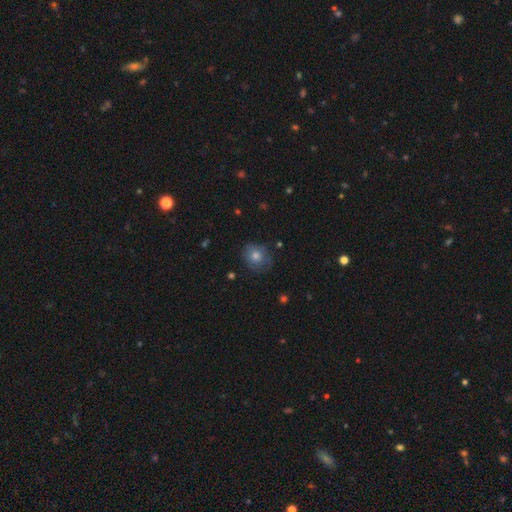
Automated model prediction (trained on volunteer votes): A smooth galaxy with no disk features (66%) that is round (74%).

Vote fractions:
- Smooth or featured? smooth: 66% / featured or disk: 21% / star or artifact: 13%
- How rounded? round: 74% / in between: 25% / cigar-shaped: 1%
- Merging? none: 76% / minor disturbance: 17% / major disturbance: 5% / merger: 1%